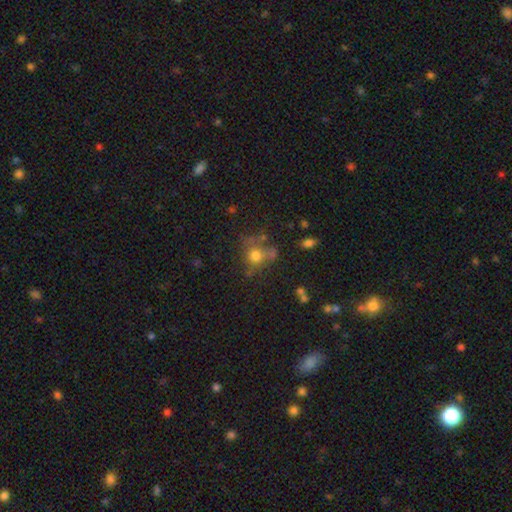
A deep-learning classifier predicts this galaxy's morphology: Overall: smooth (67%). How rounded: round (81%). Merging: none (57%; minor disturbance 18%).